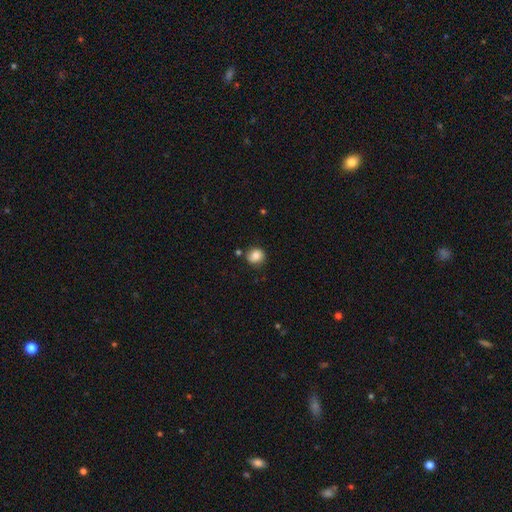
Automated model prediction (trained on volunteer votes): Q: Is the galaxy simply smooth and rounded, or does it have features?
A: smooth — 84%.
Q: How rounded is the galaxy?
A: round — 81%.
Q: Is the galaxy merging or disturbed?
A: none — 77%.